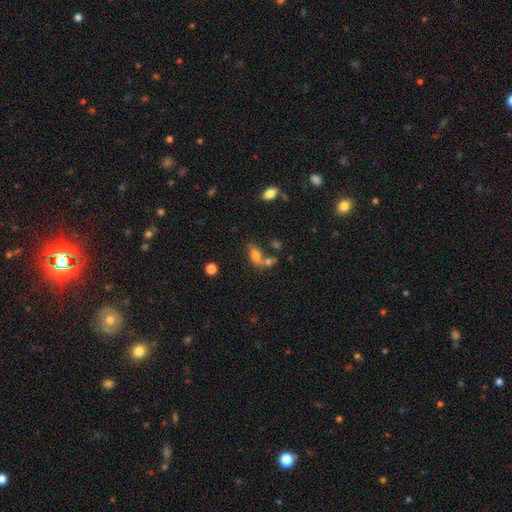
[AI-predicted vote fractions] smooth_or_featured: smooth (p=0.73) [alt: featured or disk p=0.15]
how_rounded: in between (p=0.83) [alt: round p=0.13]
merging: merger (p=0.40) [alt: none p=0.38]